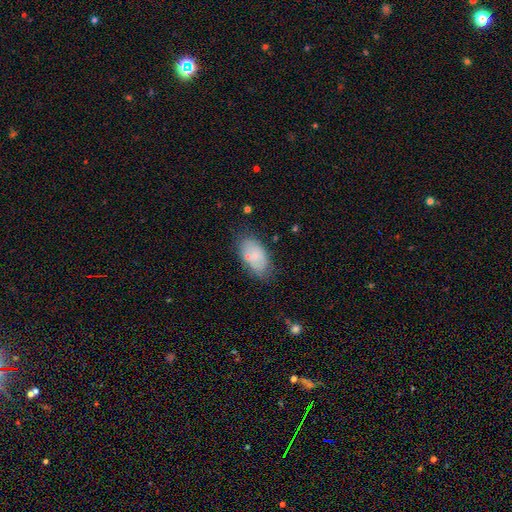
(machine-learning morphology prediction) Q: Smooth or featured?
A: smooth (72%); runner-up: featured or disk (20%)
Q: How rounded?
A: in between (93%); runner-up: round (4%)
Q: Merging?
A: none (72%); runner-up: minor disturbance (17%)